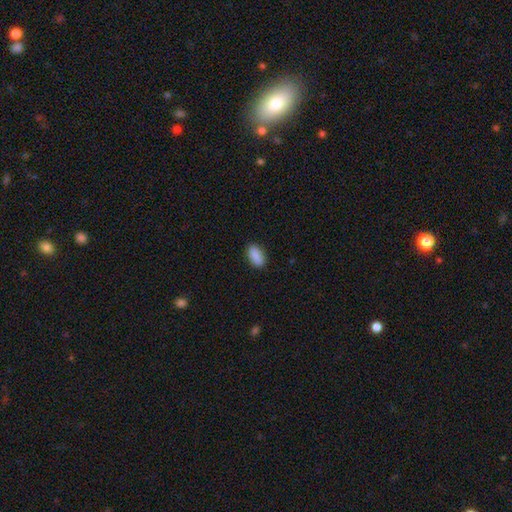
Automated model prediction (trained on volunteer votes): The model was most divided on "merging": none: 89%, minor disturbance: 8%, major disturbance: 2%, merger: 1%. More confident: how rounded — in between (91%); smooth or featured — smooth (90%).